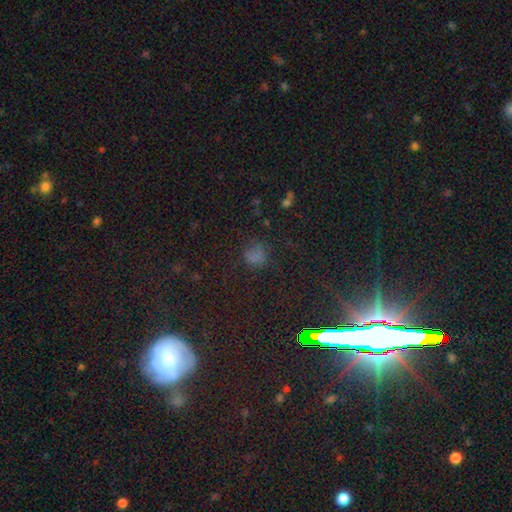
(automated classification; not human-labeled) smooth-or-featured: smooth: 57% | star or artifact: 34% | featured or disk: 8%
  how-rounded: round: 74% | in between: 25% | cigar-shaped: 2%
  merging: none: 66% | minor disturbance: 19% | major disturbance: 12% | merger: 3%